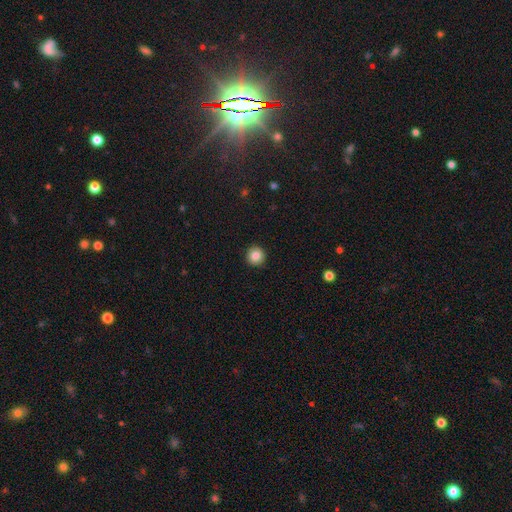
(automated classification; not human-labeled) A smooth galaxy with no disk features (85%) that is round (95%).

Vote fractions:
- Smooth or featured? smooth: 85% / star or artifact: 9% / featured or disk: 6%
- How rounded? round: 95% / in between: 4% / cigar-shaped: 1%
- Merging? none: 93% / minor disturbance: 5% / major disturbance: 2% / merger: 1%